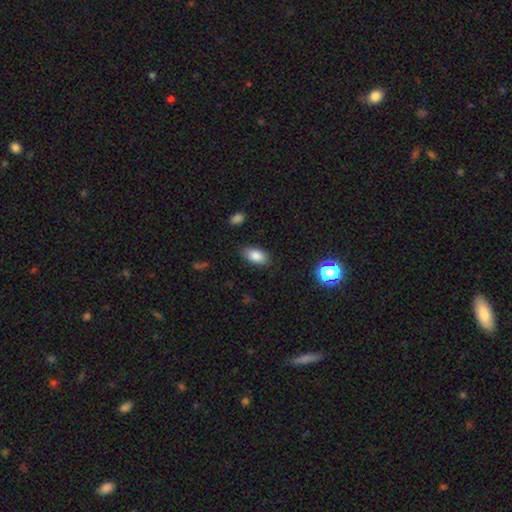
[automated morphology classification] This is clearly a smooth galaxy (85%). How rounded: clearly in between (92%). Merging: clearly none (82%).